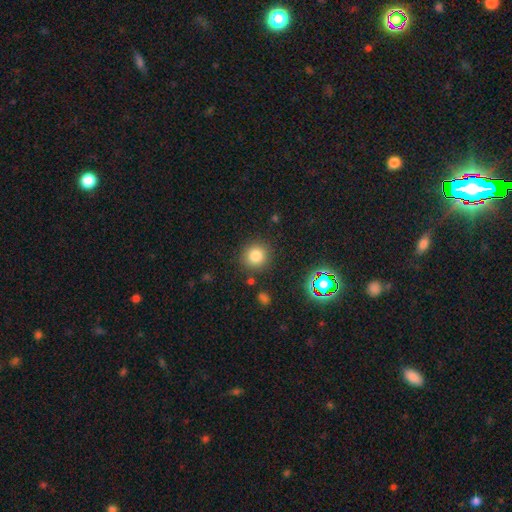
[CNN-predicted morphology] A smooth galaxy with no disk features (80%) that is round (92%).

Vote fractions:
- Smooth or featured? smooth: 80% / star or artifact: 14% / featured or disk: 6%
- How rounded? round: 92% / in between: 7% / cigar-shaped: 1%
- Merging? none: 87% / minor disturbance: 8% / major disturbance: 3% / merger: 3%